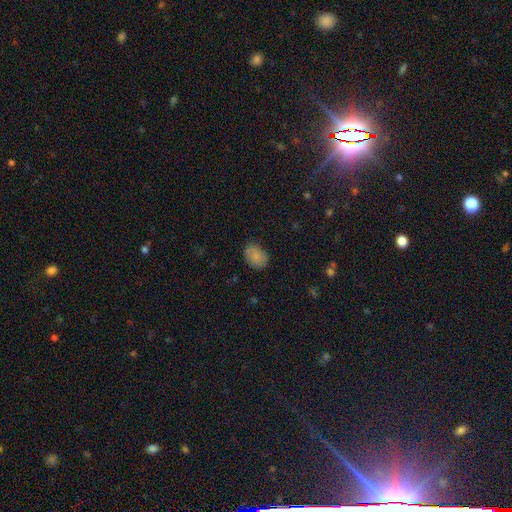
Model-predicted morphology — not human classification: A smooth galaxy with no disk features (83%) that is in between round and cigar-shaped (73%). Merging: none (78%).